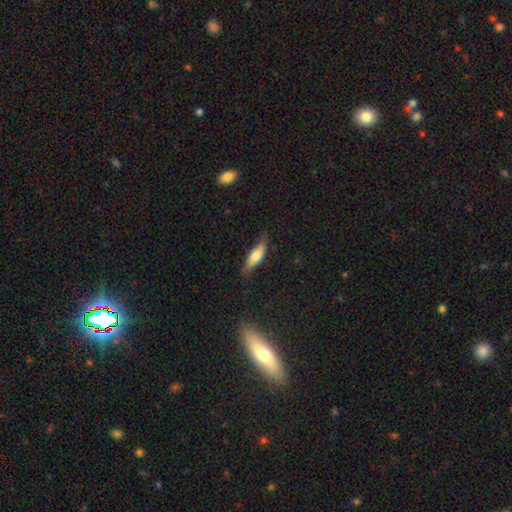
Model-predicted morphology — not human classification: A smooth galaxy with no disk features (66%) that is in between round and cigar-shaped (51%). Merging: none (70%).